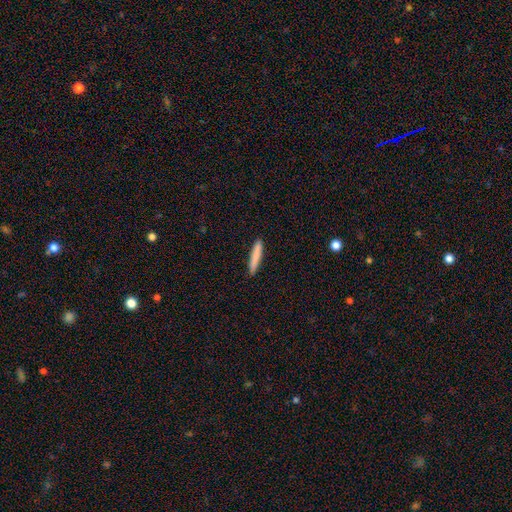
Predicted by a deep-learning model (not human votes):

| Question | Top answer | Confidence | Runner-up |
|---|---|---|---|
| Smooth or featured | smooth | 83% | featured or disk (11%) |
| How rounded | cigar-shaped | 93% | in between (6%) |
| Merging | none | 90% | minor disturbance (7%) |